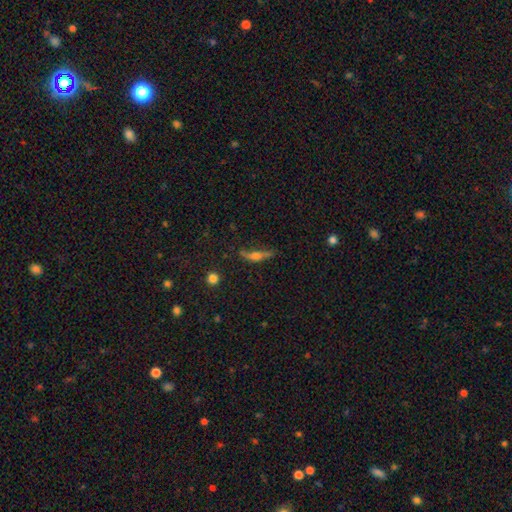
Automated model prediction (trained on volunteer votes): smooth-or-featured: featured or disk: 57% | smooth: 33% | star or artifact: 10%
  disk-edge-on: yes: 80% | no: 20%
  merging: none: 58% | minor disturbance: 25% | major disturbance: 13% | merger: 4%